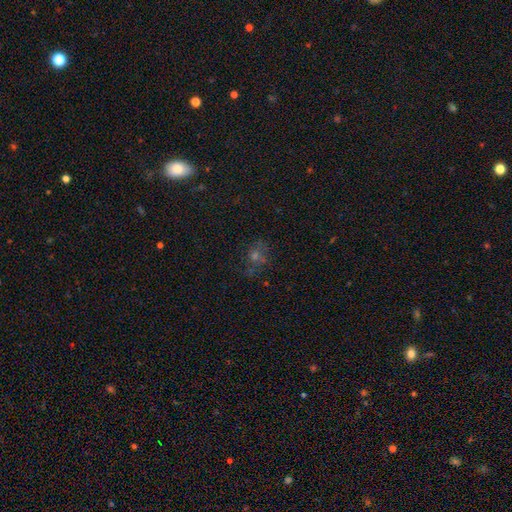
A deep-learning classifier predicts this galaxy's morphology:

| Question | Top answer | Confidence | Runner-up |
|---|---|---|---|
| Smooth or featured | star or artifact | 39% | smooth (36%) |